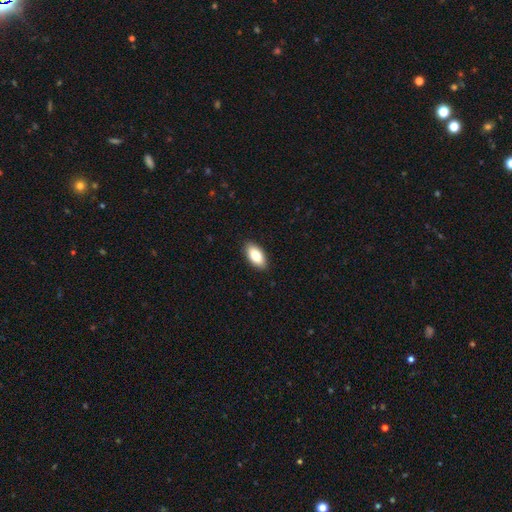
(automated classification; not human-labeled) A smooth galaxy with no disk features (81%) that is in between round and cigar-shaped (92%). Merging: none (90%).